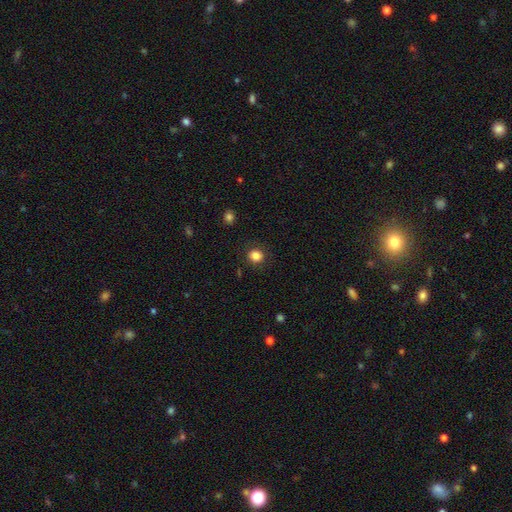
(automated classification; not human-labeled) Smooth or featured: smooth — 85% (star or artifact — 11%)
How rounded: round — 83% (in between — 16%)
Merging: none — 88% (minor disturbance — 8%)